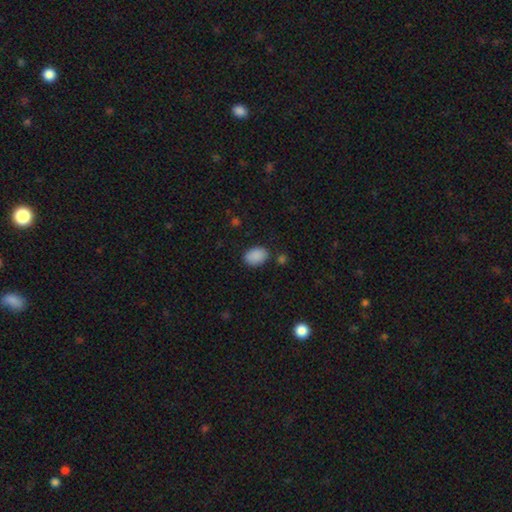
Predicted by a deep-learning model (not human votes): This appears to be a smooth galaxy with no disk features (89%) that is in between round and cigar-shaped (83%). Merging: none (80%).